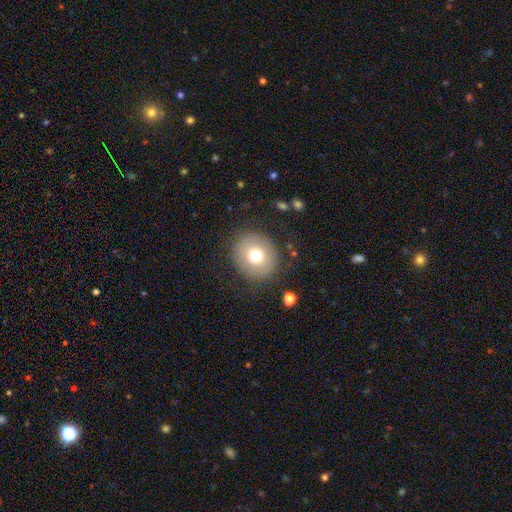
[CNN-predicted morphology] A smooth galaxy with no disk features (73%) that is round (84%). Merging: none (86%).